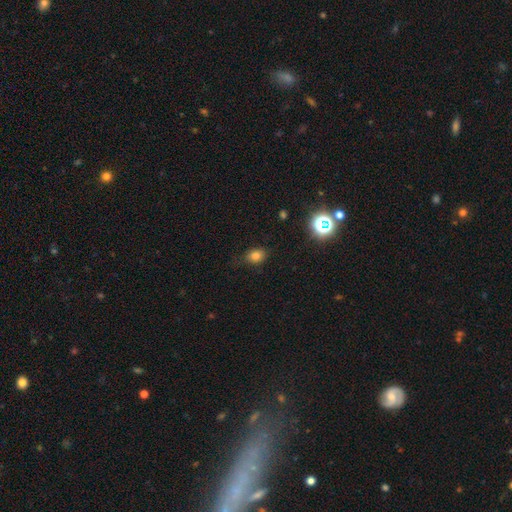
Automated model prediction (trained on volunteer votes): Smooth or featured: smooth — 78% (star or artifact — 15%)
How rounded: in between — 62% (round — 36%)
Merging: none — 75% (minor disturbance — 19%)